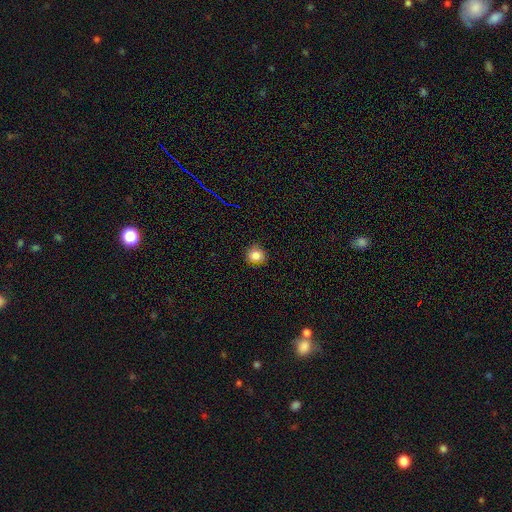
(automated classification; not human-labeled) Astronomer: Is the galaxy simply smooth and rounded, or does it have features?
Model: smooth — 83%.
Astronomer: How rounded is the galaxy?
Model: round — 85%.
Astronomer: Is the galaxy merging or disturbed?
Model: none — 84%.